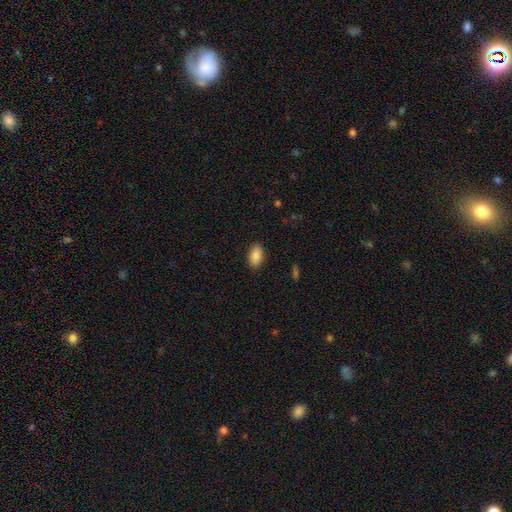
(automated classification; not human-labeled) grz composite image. It shows a smooth galaxy with no disk features (87%) that is in between round and cigar-shaped (94%). Merging: none (88%).